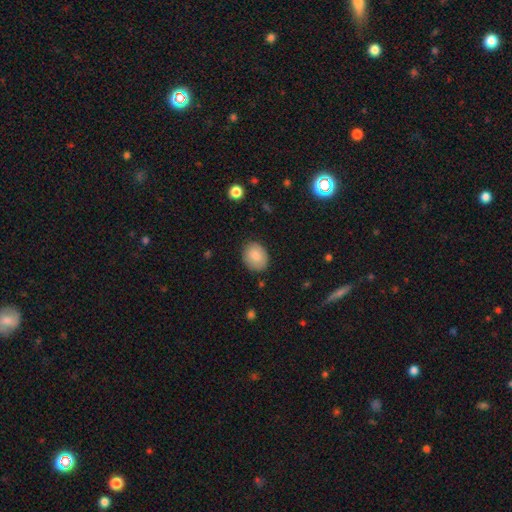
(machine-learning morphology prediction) A smooth galaxy with no disk features (83%) that is in between round and cigar-shaped (55%). Merging: none (84%).